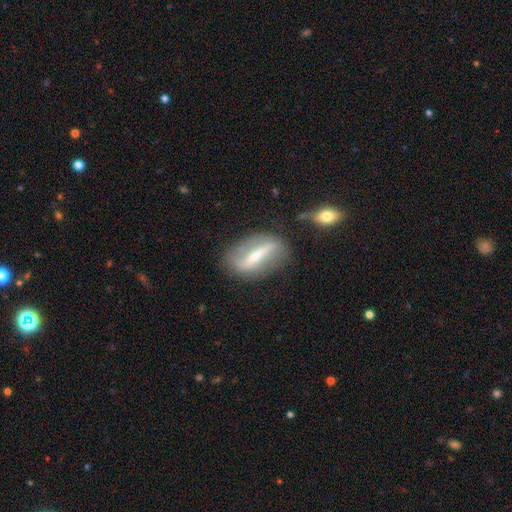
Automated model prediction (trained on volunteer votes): A featured or disk galaxy (70%) with a strong bar (76%), spiral arms (52%) and a small central bulge (47%). Merging: none (74%).